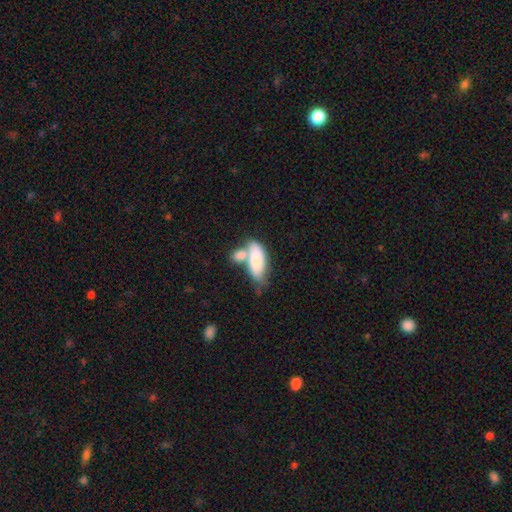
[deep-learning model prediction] Smooth or featured? smooth (78%)
How rounded? in between (81%)
Merging? merger (51%)